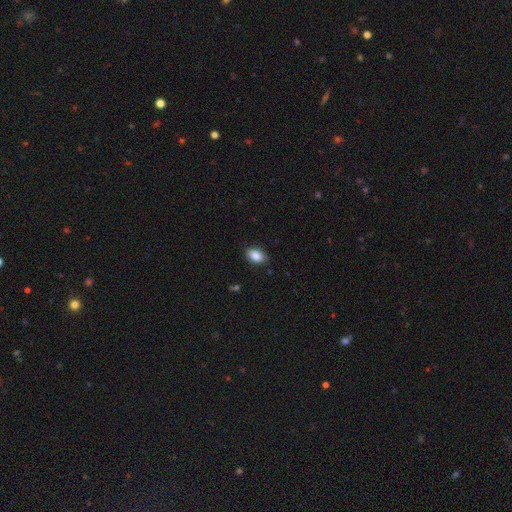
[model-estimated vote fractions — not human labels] Morphology: type=smooth (87%); roundness=in between (88%); merging=none (86%).